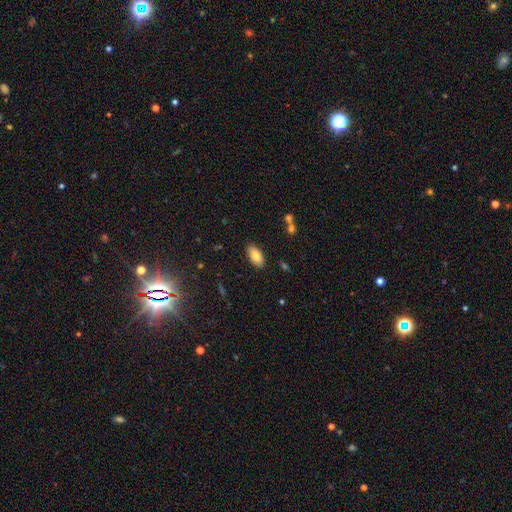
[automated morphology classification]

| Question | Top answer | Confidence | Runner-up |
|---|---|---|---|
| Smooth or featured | smooth | 82% | featured or disk (10%) |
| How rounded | in between | 92% | cigar-shaped (5%) |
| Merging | none | 86% | minor disturbance (10%) |